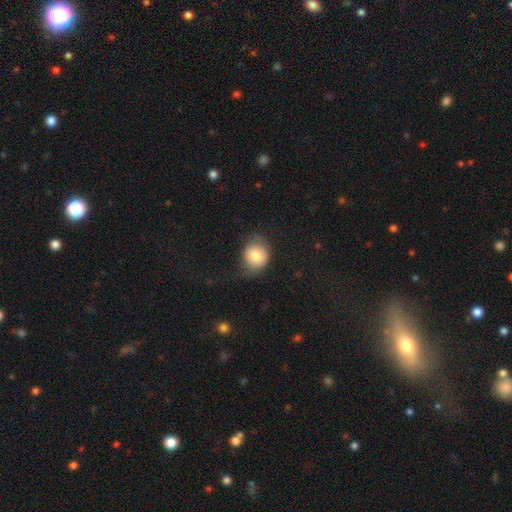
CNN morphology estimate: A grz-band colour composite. It shows a smooth galaxy with no disk features (76%) that is round (71%). Merging: none (59%).